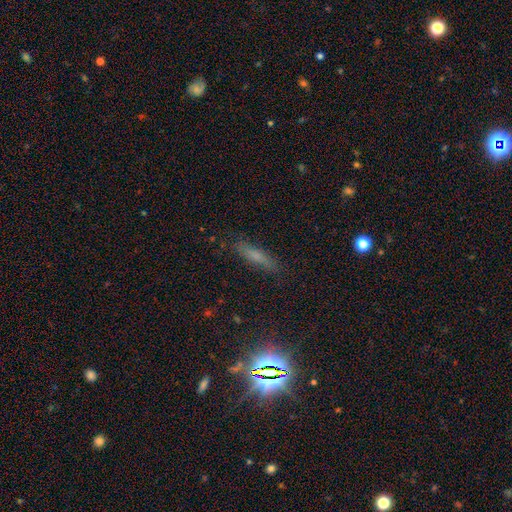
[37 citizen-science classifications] This is possibly a smooth galaxy (57%). How rounded: clearly cigar-shaped (86%). Merging: clearly none (81%).